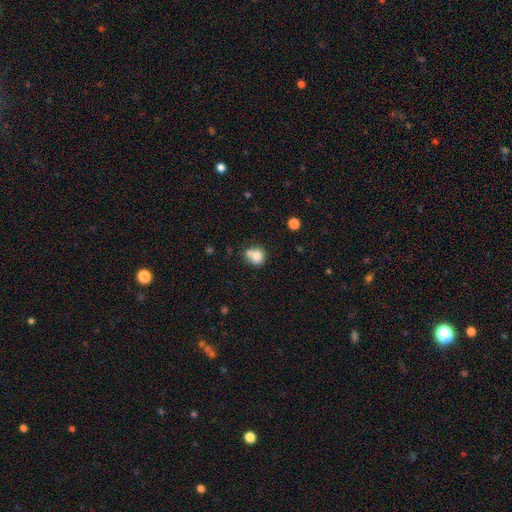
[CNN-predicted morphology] Smooth or featured? smooth (78%)
How rounded? round (80%)
Merging? none (47%)